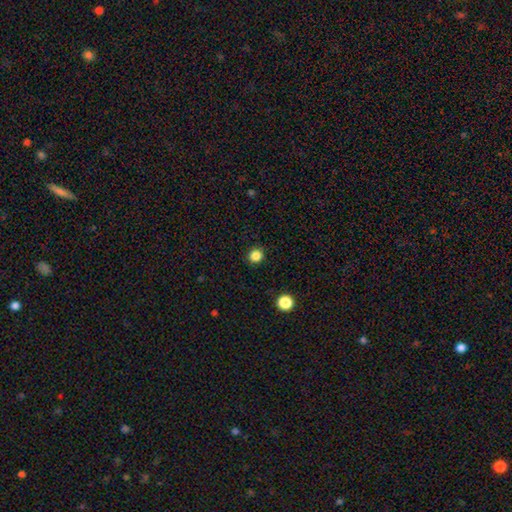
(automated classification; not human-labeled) Smooth or featured? smooth (85%)
How rounded? round (90%)
Merging? none (91%)